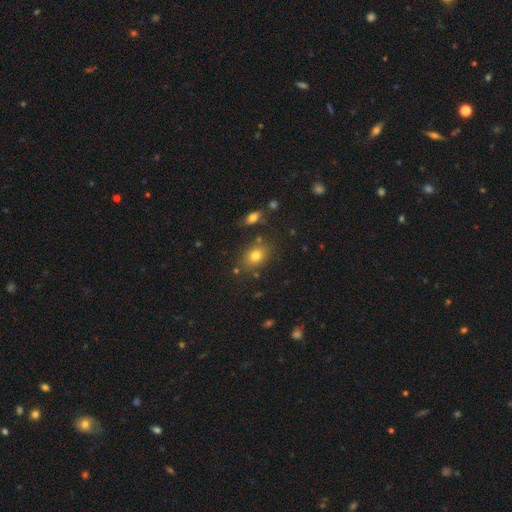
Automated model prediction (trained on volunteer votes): This appears to be a smooth galaxy with no disk features (77%) that is in between round and cigar-shaped (60%). Merging: none (78%).